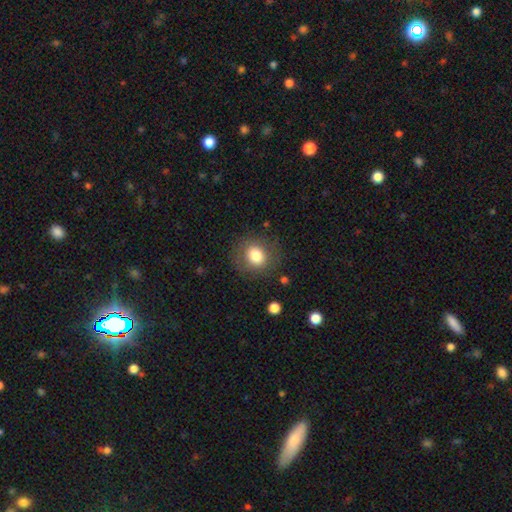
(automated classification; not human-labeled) Q: Smooth or featured?
A: smooth (78%); runner-up: featured or disk (12%)
Q: How rounded?
A: round (77%); runner-up: in between (22%)
Q: Merging?
A: none (80%); runner-up: minor disturbance (12%)